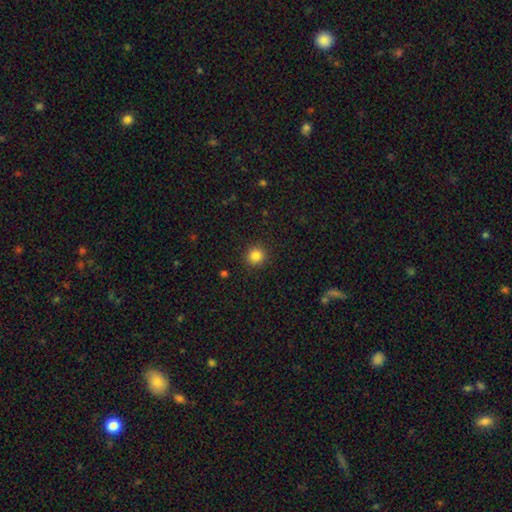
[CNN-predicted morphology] Smooth or featured? smooth (85%)
How rounded? round (94%)
Merging? none (91%)